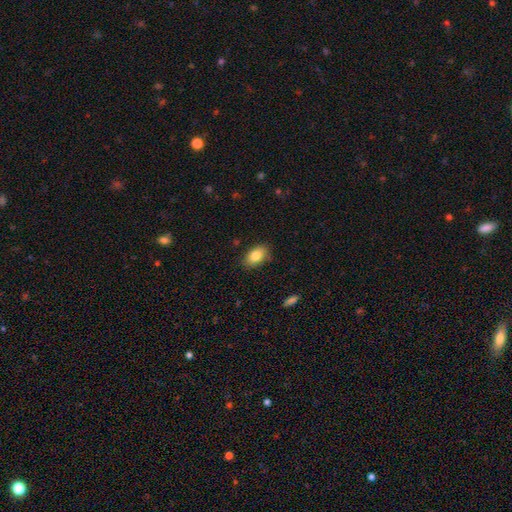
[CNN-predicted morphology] Smooth or featured: smooth — 84% (featured or disk — 8%)
How rounded: in between — 90% (round — 9%)
Merging: none — 85% (minor disturbance — 12%)